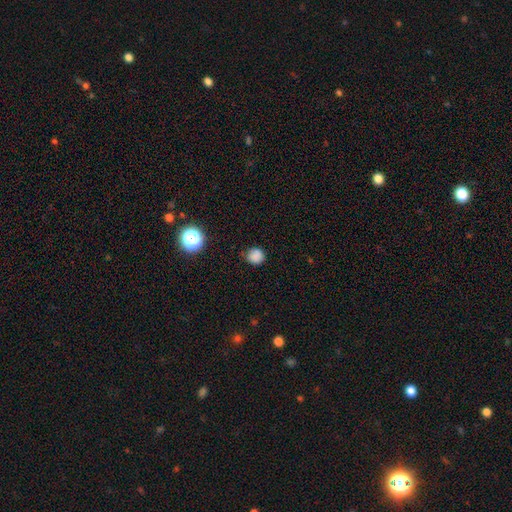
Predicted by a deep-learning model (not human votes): Smooth or featured?
  - smooth: 81% *
  - star or artifact: 15%
  - featured or disk: 4%
How rounded?
  - round: 90% *
  - in between: 9%
  - cigar-shaped: 1%
Merging?
  - none: 83% *
  - minor disturbance: 12%
  - major disturbance: 3%
  - merger: 2%